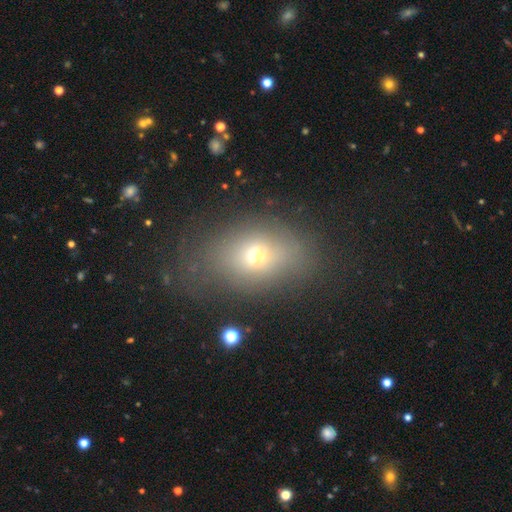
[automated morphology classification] This appears to be a smooth galaxy with no disk features (61%) that is in between round and cigar-shaped (67%). Merging: none (57%).